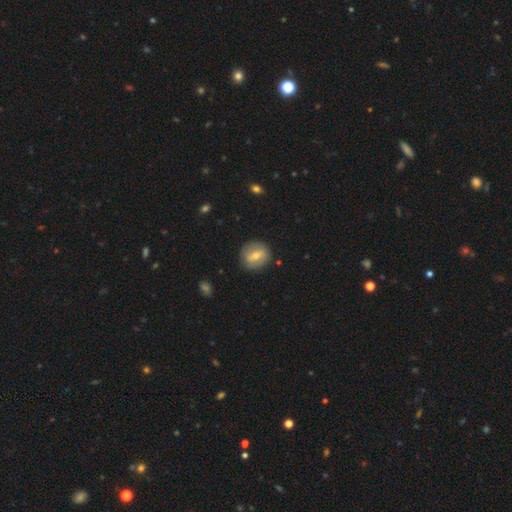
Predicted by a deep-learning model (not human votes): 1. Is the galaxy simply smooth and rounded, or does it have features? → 50% smooth, 43% featured or disk, 7% star or artifact.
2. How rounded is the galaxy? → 80% round, 18% in between, 1% cigar-shaped.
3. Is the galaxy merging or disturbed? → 85% none, 11% minor disturbance, 3% major disturbance, 1% merger.